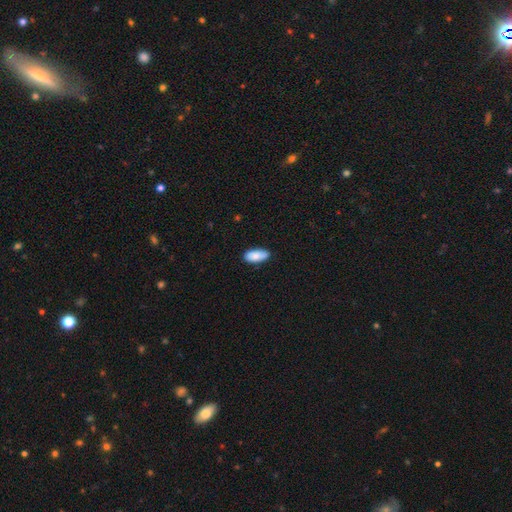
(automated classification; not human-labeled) Morphology: type=smooth (86%); roundness=in between (89%); merging=none (83%).